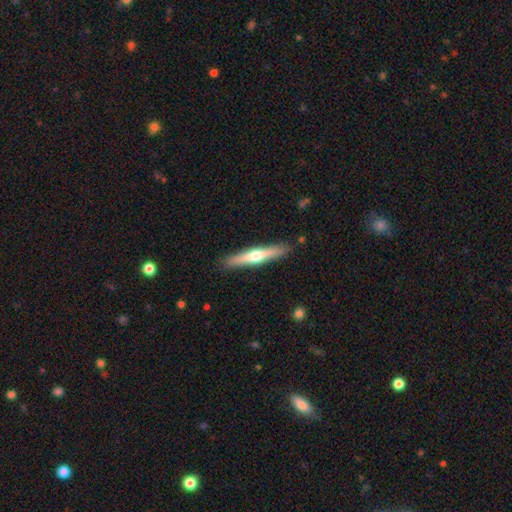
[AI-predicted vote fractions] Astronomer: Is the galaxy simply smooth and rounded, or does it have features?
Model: featured or disk — 57% (runner-up: smooth, 38%).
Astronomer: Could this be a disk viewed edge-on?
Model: yes — 96%.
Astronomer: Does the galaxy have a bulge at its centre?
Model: rounded — 90%.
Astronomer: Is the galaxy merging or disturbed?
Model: none — 89%.